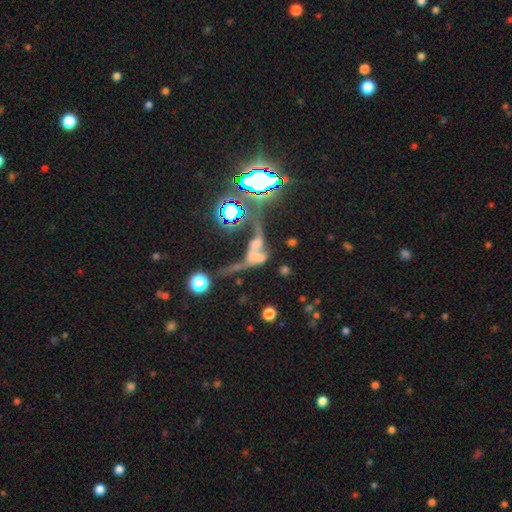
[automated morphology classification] This appears to be a featured or disk galaxy (40%). Merging: merger (63%).